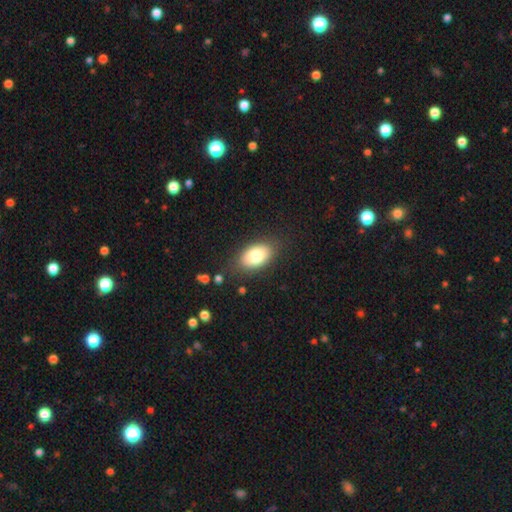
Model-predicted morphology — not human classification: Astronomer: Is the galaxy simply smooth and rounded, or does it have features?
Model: smooth — 78%.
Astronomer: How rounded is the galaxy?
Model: in between — 91%.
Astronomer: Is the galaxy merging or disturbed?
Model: none — 82%.